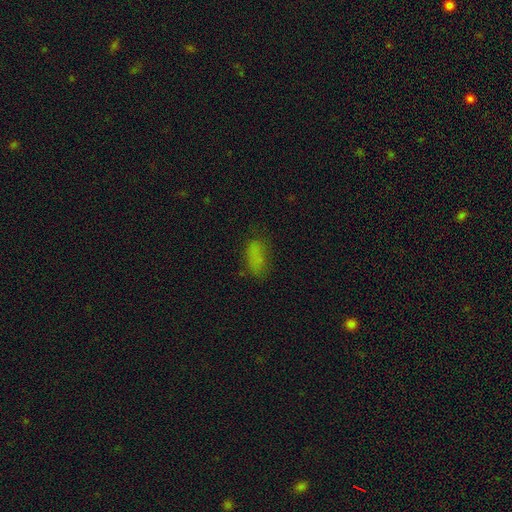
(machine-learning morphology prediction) This appears to be a smooth galaxy with no disk features (75%) that is in between round and cigar-shaped (86%). Merging: none (68%).